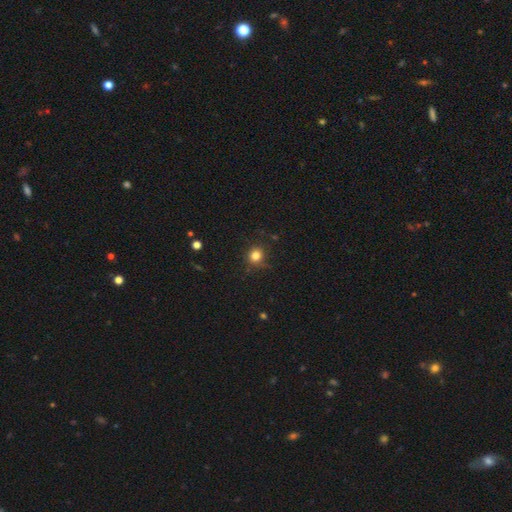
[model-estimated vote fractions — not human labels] Smooth or featured: smooth — 80% (star or artifact — 14%)
How rounded: round — 89% (in between — 10%)
Merging: none — 82% (minor disturbance — 13%)